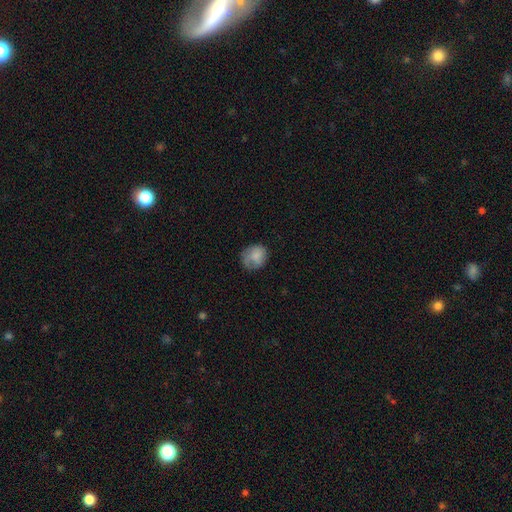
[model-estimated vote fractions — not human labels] Smooth or featured?
  - smooth: 76% *
  - featured or disk: 15%
  - star or artifact: 8%
How rounded?
  - round: 66% *
  - in between: 33%
  - cigar-shaped: 1%
Merging?
  - none: 59% *
  - minor disturbance: 27%
  - major disturbance: 12%
  - merger: 2%